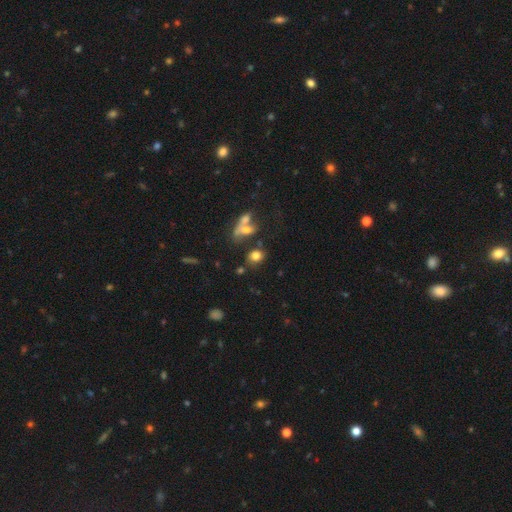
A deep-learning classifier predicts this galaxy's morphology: The model was most divided on "how rounded": round: 54%, in between: 44%, cigar-shaped: 2%. More confident: smooth or featured — smooth (78%); merging — none (61%).